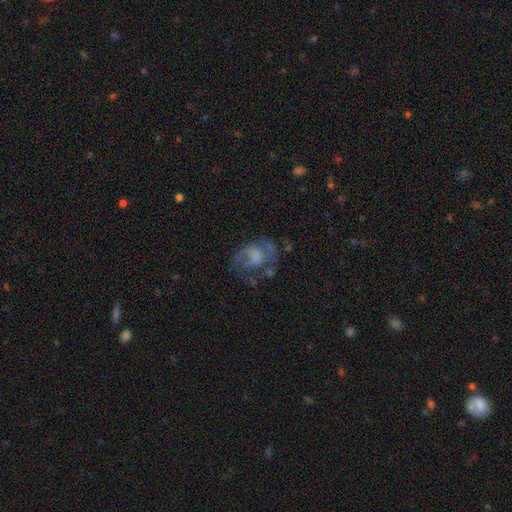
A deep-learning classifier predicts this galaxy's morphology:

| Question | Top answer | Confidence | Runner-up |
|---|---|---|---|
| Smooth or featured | featured or disk | 61% | smooth (29%) |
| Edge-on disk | no | 97% | yes (3%) |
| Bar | no | 67% | weak (27%) |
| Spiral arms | yes | 59% | no (41%) |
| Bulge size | none | 35% | moderate (28%) |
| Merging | none | 46% | major disturbance (29%) |